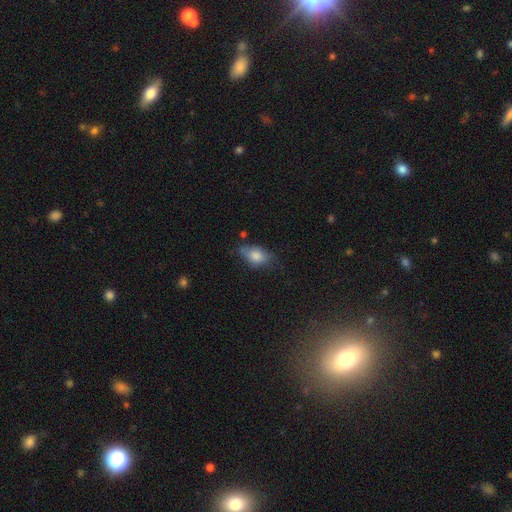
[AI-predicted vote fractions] Smooth or featured? smooth (79%)
How rounded? in between (86%)
Merging? none (57%)